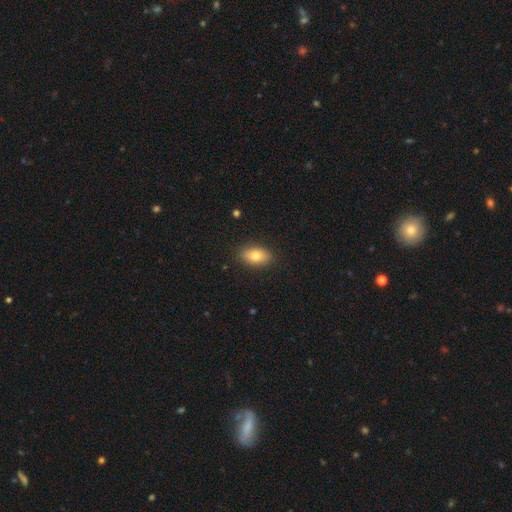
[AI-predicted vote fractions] Smooth or featured? smooth (77%)
How rounded? in between (88%)
Merging? none (88%)